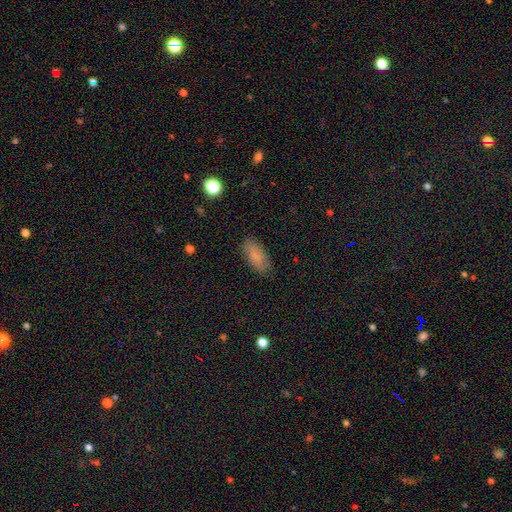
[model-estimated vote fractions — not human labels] Overall: smooth (81%). How rounded: in between (89%). Merging: none (83%).